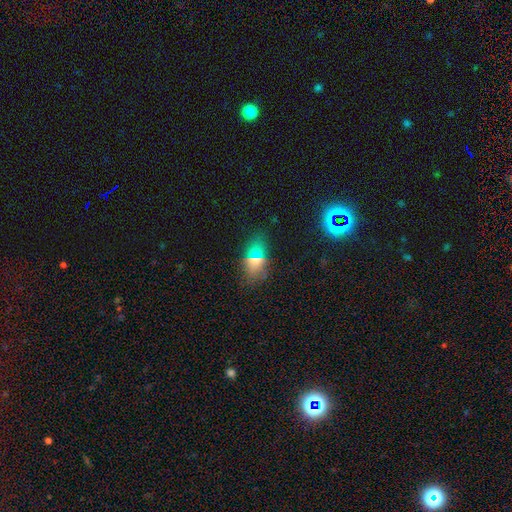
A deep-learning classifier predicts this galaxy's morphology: This is likely a smooth galaxy (65%). How rounded: clearly in between (85%). Merging: clearly none (83%).